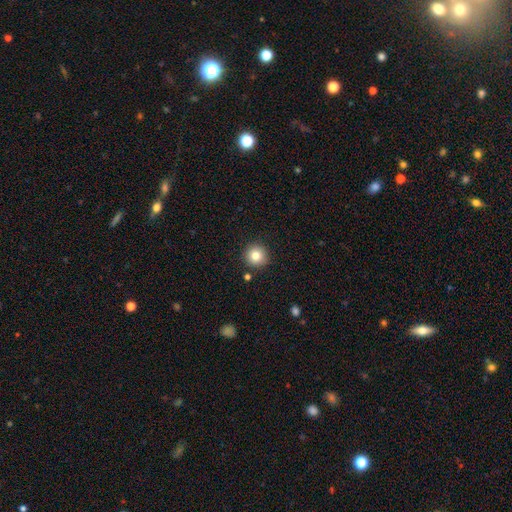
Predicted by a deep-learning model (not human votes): Overall: smooth (81%). How rounded: round (95%). Merging: none (89%).